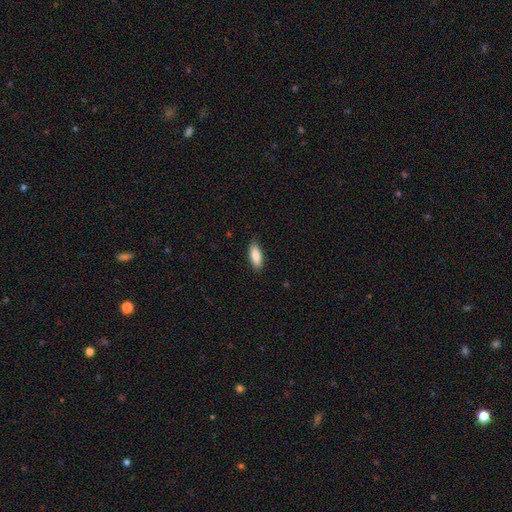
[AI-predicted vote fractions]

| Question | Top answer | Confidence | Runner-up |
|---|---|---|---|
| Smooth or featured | smooth | 87% | featured or disk (7%) |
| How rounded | in between | 76% | cigar-shaped (22%) |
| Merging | none | 87% | minor disturbance (10%) |